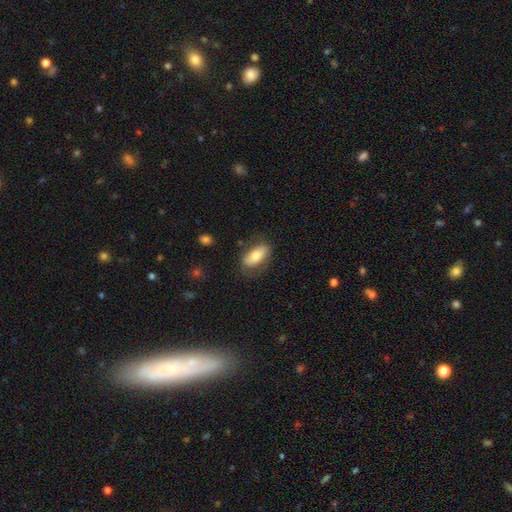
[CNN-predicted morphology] smooth-or-featured: smooth: 69% | featured or disk: 25% | star or artifact: 6%
  how-rounded: in between: 85% | cigar-shaped: 12% | round: 3%
  merging: none: 70% | minor disturbance: 20% | major disturbance: 8% | merger: 2%